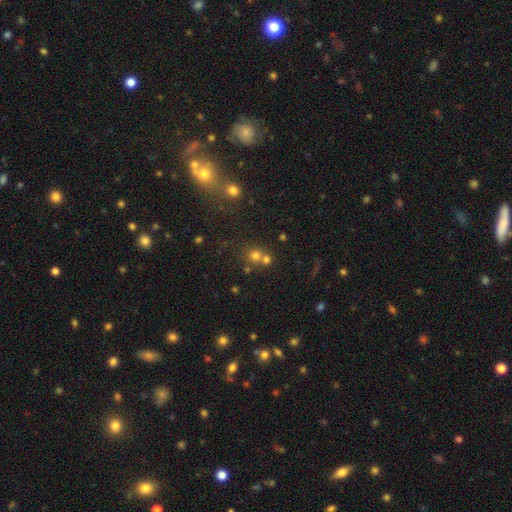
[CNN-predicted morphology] type=smooth (69%); roundness=round (87%); merging=none (50%).